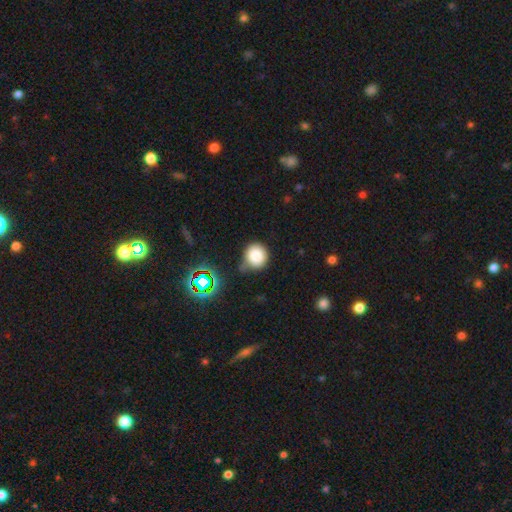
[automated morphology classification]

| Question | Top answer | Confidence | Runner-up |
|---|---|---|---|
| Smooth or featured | smooth | 81% | star or artifact (13%) |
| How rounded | round | 91% | in between (8%) |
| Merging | none | 64% | minor disturbance (23%) |